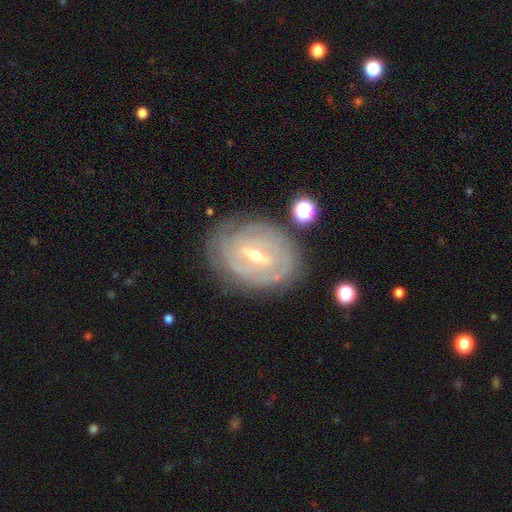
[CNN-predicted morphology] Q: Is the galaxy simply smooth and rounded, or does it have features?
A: featured or disk — 86%.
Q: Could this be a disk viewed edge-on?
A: no — 96%.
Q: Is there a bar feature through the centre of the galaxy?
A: weak — 47%.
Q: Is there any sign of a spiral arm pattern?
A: yes — 89%.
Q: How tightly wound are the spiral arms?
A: tight — 78%.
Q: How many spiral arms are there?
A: can't tell — 42%.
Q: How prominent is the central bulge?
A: moderate — 50%.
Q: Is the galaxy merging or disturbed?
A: none — 77%.